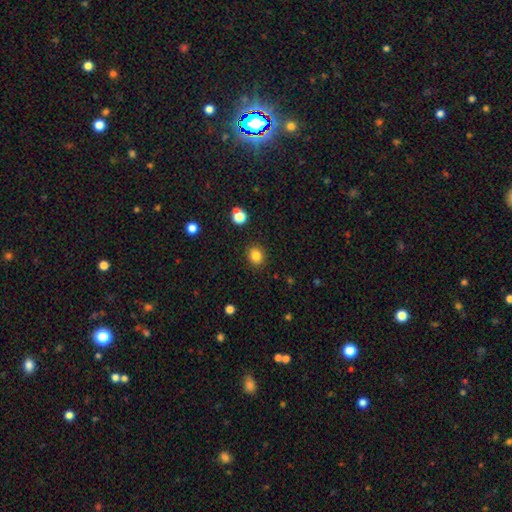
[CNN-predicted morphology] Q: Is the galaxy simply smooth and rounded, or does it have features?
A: smooth — 83%.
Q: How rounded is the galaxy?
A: round — 72%.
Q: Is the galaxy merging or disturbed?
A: none — 89%.